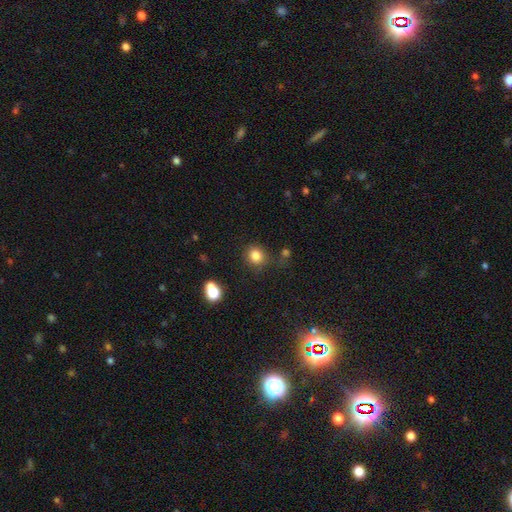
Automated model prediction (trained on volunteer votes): A smooth galaxy with no disk features (83%) that is round (81%).

Vote fractions:
- Smooth or featured? smooth: 83% / star or artifact: 12% / featured or disk: 5%
- How rounded? round: 81% / in between: 18% / cigar-shaped: 1%
- Merging? none: 78% / minor disturbance: 12% / merger: 5% / major disturbance: 4%